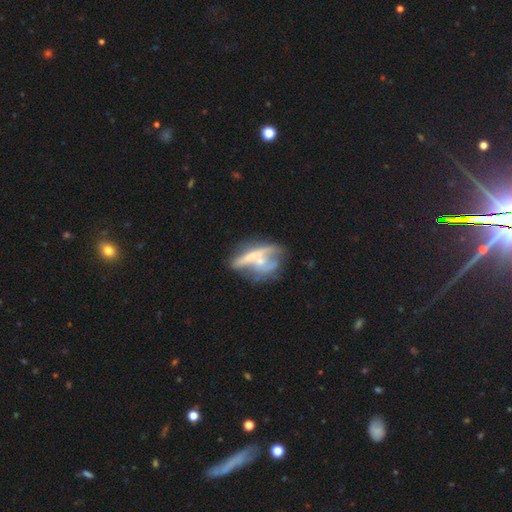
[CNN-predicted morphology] featured or disk 61%, smooth 28%, star or artifact 11%. Down the decision tree: edge-on disk — no (72%); merging — merger (32%).